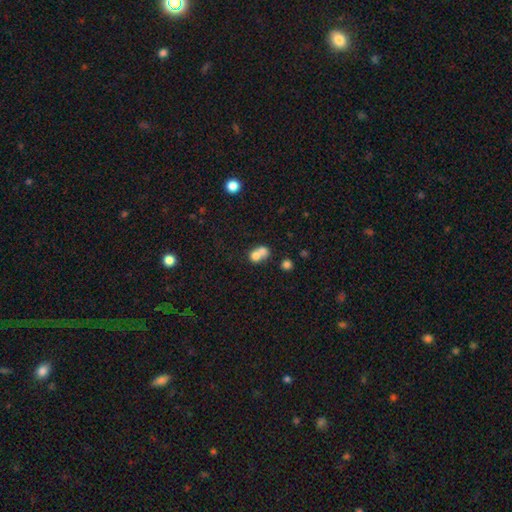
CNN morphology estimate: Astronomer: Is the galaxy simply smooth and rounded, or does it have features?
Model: smooth — 70%.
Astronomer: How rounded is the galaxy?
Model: round — 61% (runner-up: in between, 38%).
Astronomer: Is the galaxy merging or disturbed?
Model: merger — 68%.